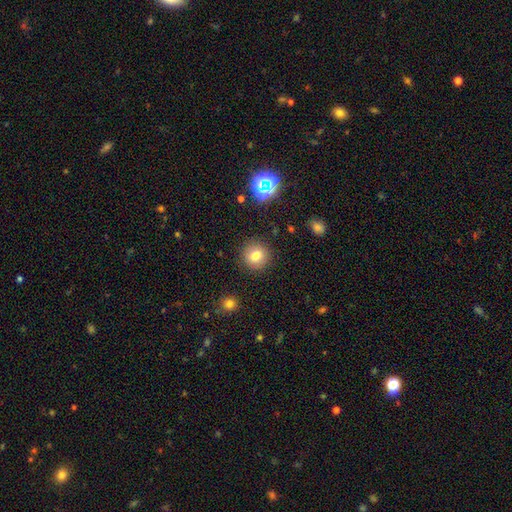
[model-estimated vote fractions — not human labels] This appears to be a smooth galaxy with no disk features (77%) that is round (93%). Merging: none (90%).